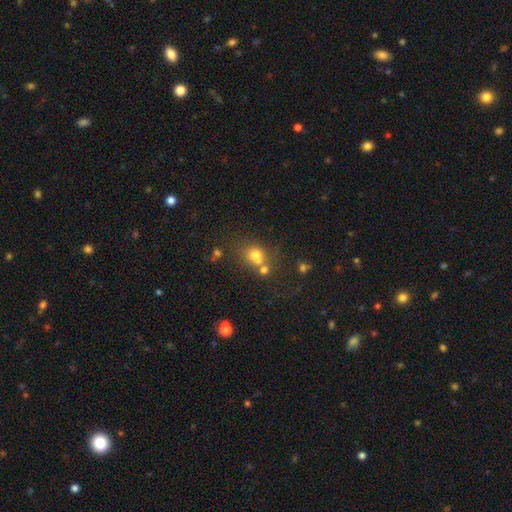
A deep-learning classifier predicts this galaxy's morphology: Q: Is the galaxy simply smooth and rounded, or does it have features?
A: smooth — 71%.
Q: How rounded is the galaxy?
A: round — 66%.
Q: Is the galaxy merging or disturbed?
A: none — 42%.